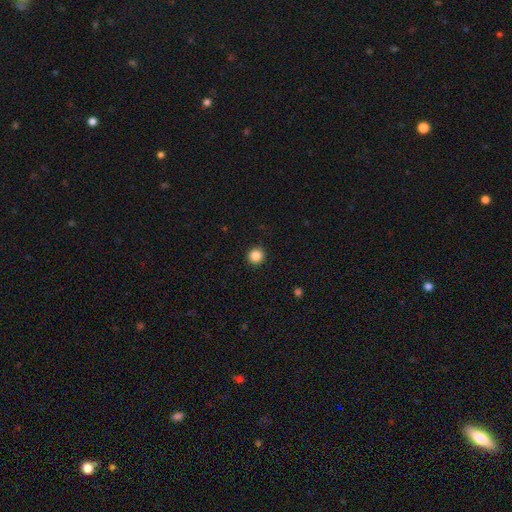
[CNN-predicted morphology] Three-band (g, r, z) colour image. It shows a smooth galaxy with no disk features (87%) that is round (94%). Merging: none (92%).